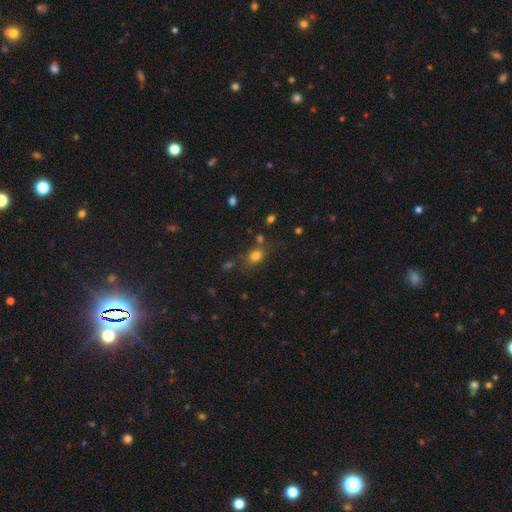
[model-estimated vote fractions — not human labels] A smooth galaxy with no disk features (77%) that is in between round and cigar-shaped (57%).

Vote fractions:
- Smooth or featured? smooth: 77% / star or artifact: 15% / featured or disk: 8%
- How rounded? in between: 57% / round: 41% / cigar-shaped: 2%
- Merging? none: 67% / minor disturbance: 16% / merger: 10% / major disturbance: 6%